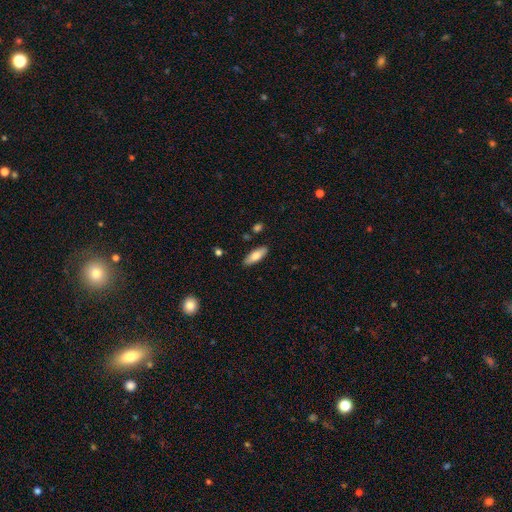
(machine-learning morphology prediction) The model was most divided on "how rounded": in between: 69%, cigar-shaped: 29%, round: 2%. More confident: merging — none (87%); smooth or featured — smooth (75%).